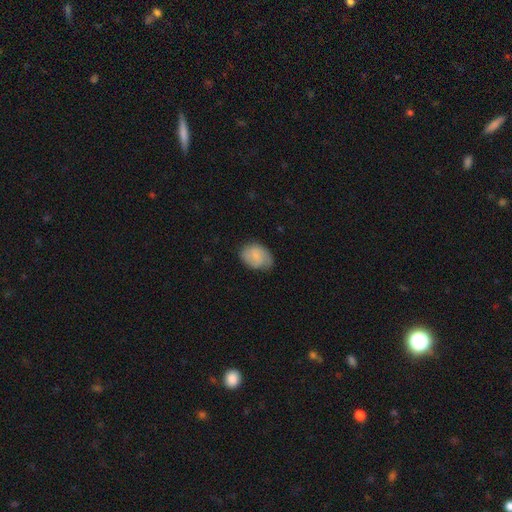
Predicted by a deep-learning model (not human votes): This is likely a smooth galaxy (64%). How rounded: likely in between (69%). Merging: likely none (68%).